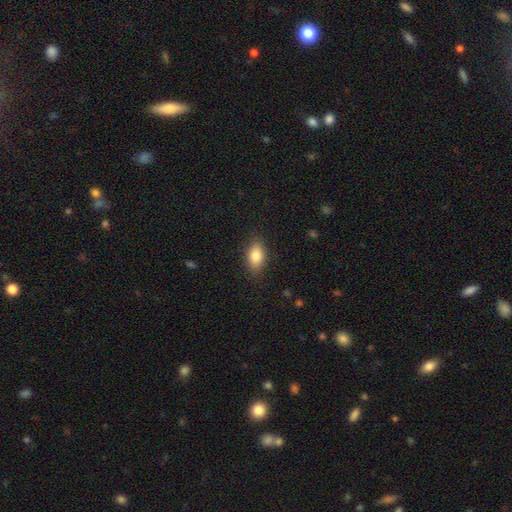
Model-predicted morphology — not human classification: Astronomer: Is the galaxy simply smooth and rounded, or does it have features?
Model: smooth — 84%.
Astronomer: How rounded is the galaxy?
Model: in between — 88%.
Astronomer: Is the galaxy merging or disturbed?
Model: none — 86%.